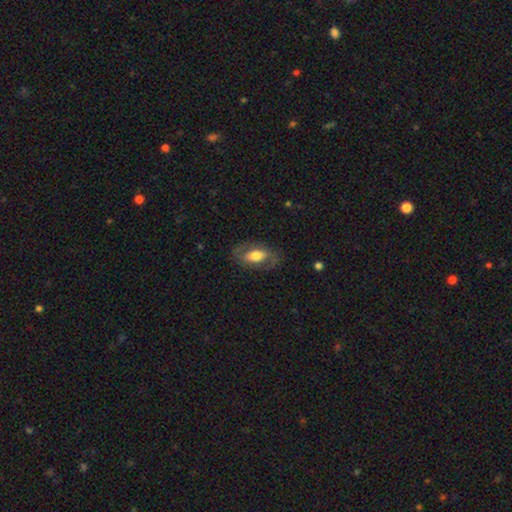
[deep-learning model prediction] The model was most divided on "smooth or featured": featured or disk: 54%, smooth: 40%, star or artifact: 6%. More confident: edge-on disk — no (90%); merging — none (74%).